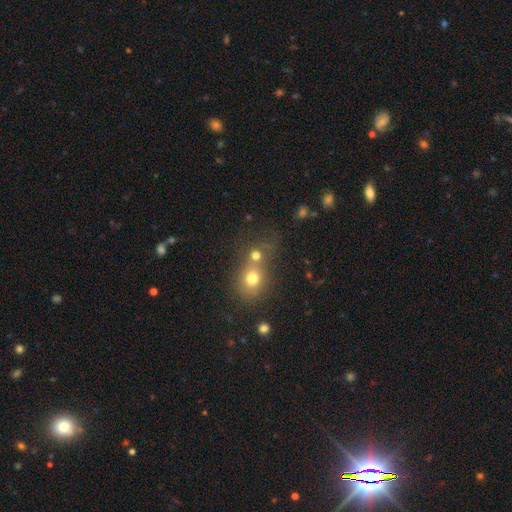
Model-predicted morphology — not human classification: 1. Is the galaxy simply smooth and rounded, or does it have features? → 71% smooth, 17% star or artifact, 12% featured or disk.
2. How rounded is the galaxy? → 76% round, 23% in between, 1% cigar-shaped.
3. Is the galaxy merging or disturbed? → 47% merger, 41% none, 8% minor disturbance, 5% major disturbance.